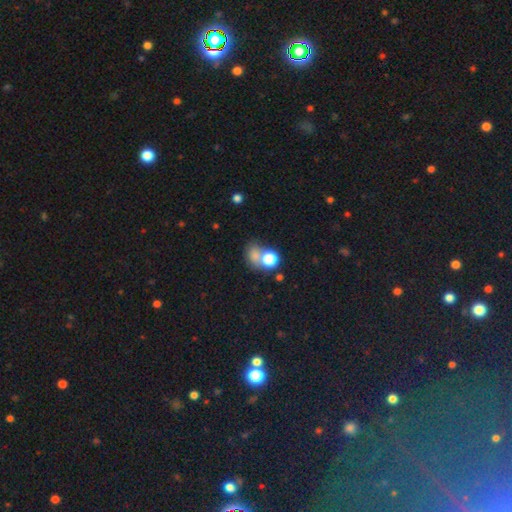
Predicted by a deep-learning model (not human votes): This is likely a smooth galaxy (70%). How rounded: possibly round (53%). Merging: marginally none (39%).